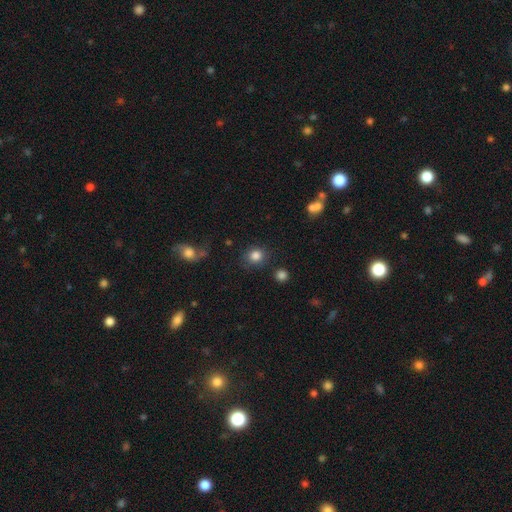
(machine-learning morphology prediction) type=smooth (84%); roundness=round (82%); merging=none (83%).